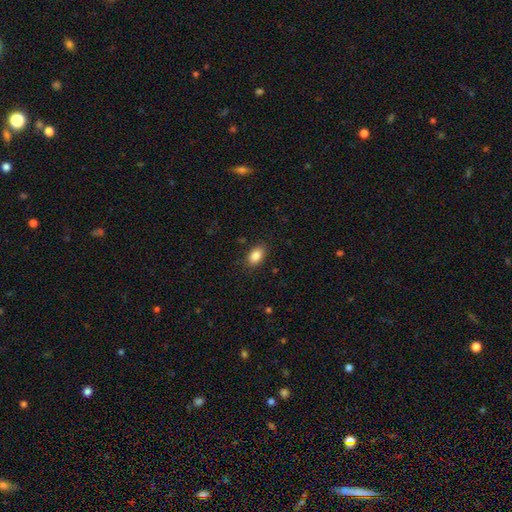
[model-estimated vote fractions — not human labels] smooth 86%, star or artifact 8%, featured or disk 6%. Down the decision tree: how rounded — in between (90%); merging — none (87%).